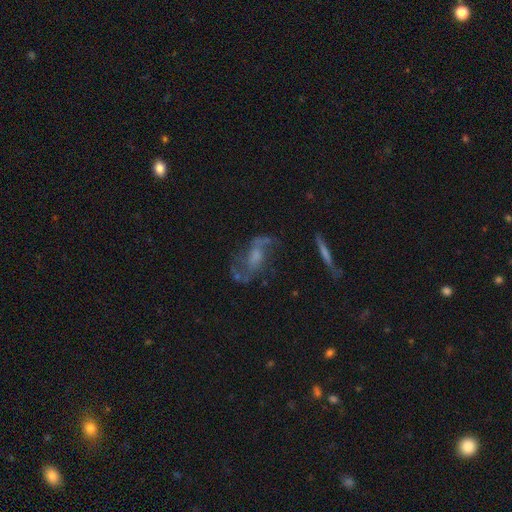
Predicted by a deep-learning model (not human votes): A featured or disk galaxy (73%) with no bar (49%), 2 (82%) loose (60%) spiral arms (84%) and a moderate central bulge (35%).

Vote fractions:
- Smooth or featured? featured or disk: 73% / smooth: 16% / star or artifact: 11%
- Edge-on disk? no: 91% / yes: 9%
- Bar? no: 49% / weak: 38% / strong: 13%
- Spiral arms? yes: 84% / no: 16%
- Spiral winding? loose: 60% / medium: 31% / tight: 8%
- Spiral arm count? 2: 82% / can't tell: 9% / 1: 4% / 3: 2% / 4: 1% / more than 4: 1%
- Bulge size? moderate: 35% / small: 25% / none: 25% / large: 13% / dominant: 2%
- Merging? none: 56% / major disturbance: 20% / minor disturbance: 19% / merger: 5%